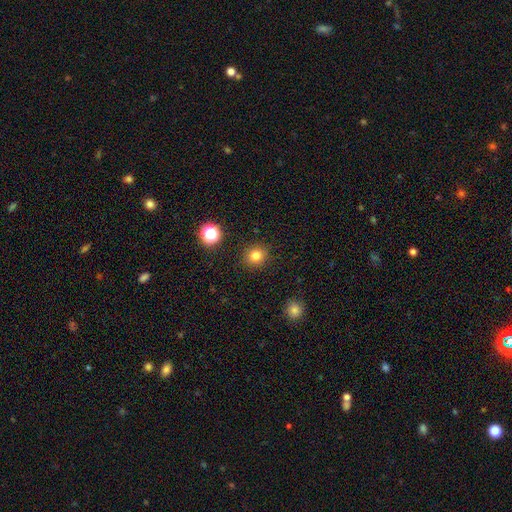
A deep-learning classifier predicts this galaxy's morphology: Smooth or featured: smooth — 80% (star or artifact — 14%)
How rounded: round — 85% (in between — 14%)
Merging: none — 89% (minor disturbance — 7%)